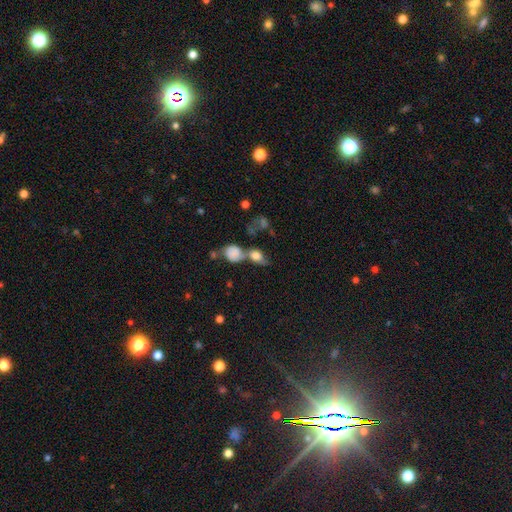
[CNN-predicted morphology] Smooth or featured? Predicted: smooth (p=0.70). How rounded? Predicted: in between (p=0.58). Merging? Predicted: merger (p=0.45).